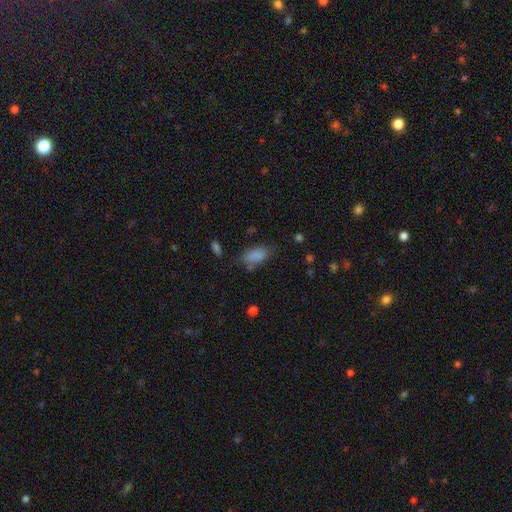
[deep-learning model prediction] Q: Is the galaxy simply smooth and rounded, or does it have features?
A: smooth — 83%.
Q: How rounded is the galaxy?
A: in between — 88%.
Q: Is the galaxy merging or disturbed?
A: none — 61%.